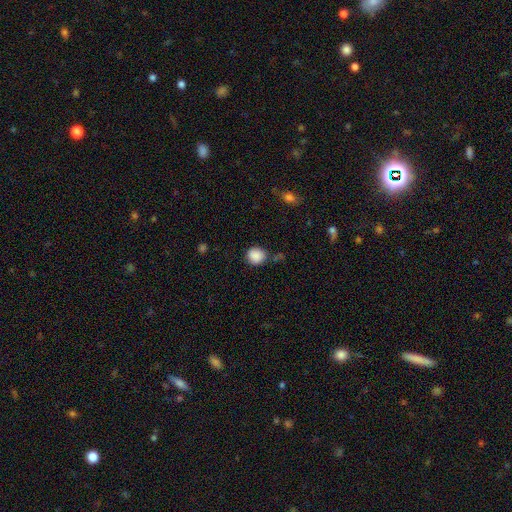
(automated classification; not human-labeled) Smooth or featured? Predicted: smooth (p=0.88). How rounded? Predicted: round (p=0.85). Merging? Predicted: none (p=0.73).